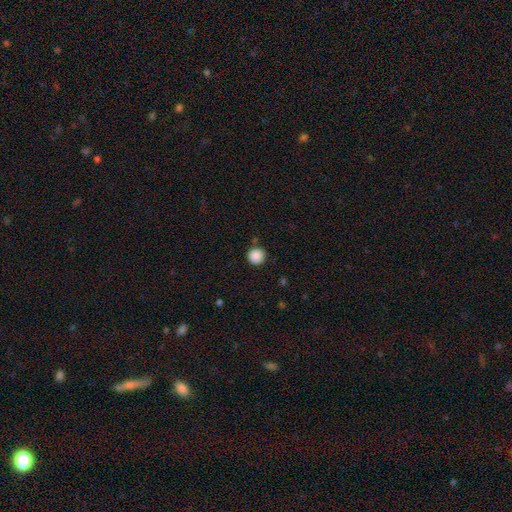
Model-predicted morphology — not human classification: Smooth or featured? Predicted: smooth (p=0.88). How rounded? Predicted: round (p=0.95). Merging? Predicted: none (p=0.87).